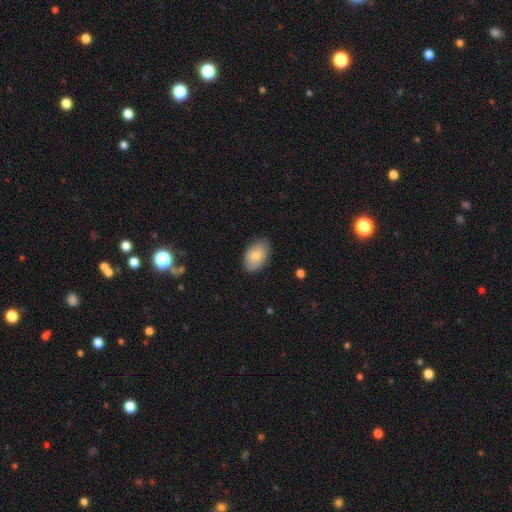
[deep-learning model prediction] A smooth galaxy with no disk features (79%) that is in between round and cigar-shaped (91%).

Vote fractions:
- Smooth or featured? smooth: 79% / featured or disk: 15% / star or artifact: 7%
- How rounded? in between: 91% / round: 8% / cigar-shaped: 1%
- Merging? none: 82% / minor disturbance: 14% / major disturbance: 3% / merger: 1%